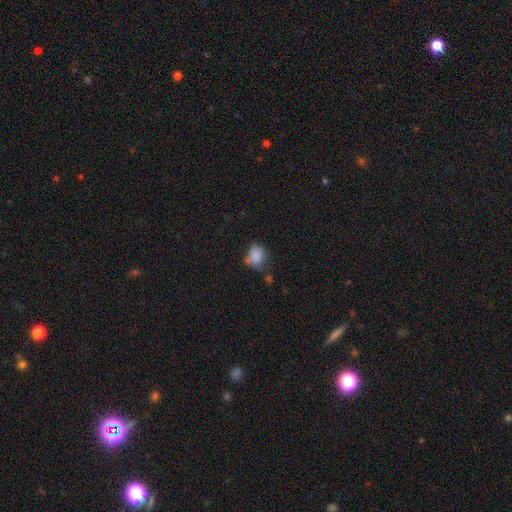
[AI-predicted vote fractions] This is clearly a smooth galaxy (83%). How rounded: possibly round (60%). Merging: possibly none (52%).